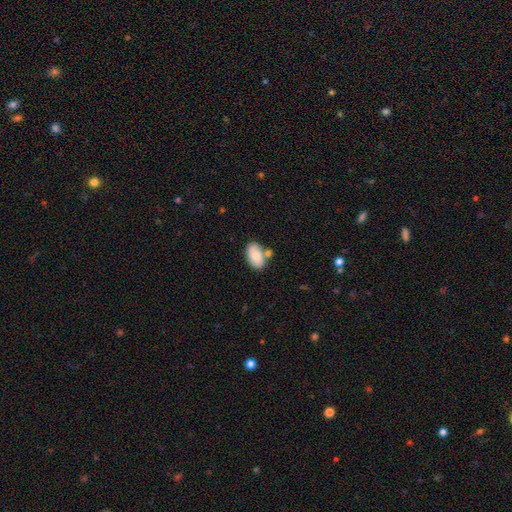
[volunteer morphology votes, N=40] smooth 82%, featured or disk 12%, star or artifact 5%. Down the decision tree: how rounded — in between (97%); merging — none (66%).